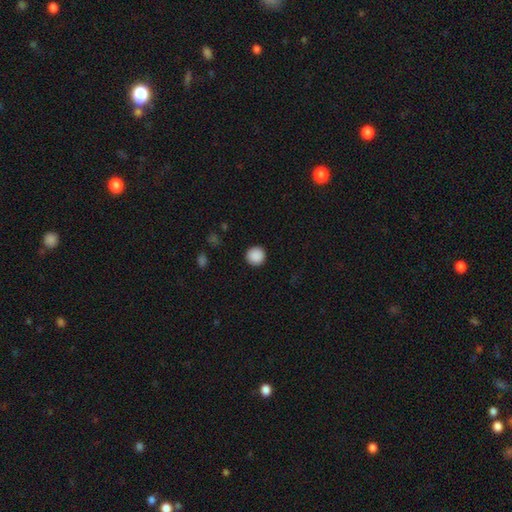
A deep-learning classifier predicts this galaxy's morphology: A smooth galaxy with no disk features (89%) that is round (95%).

Vote fractions:
- Smooth or featured? smooth: 89% / star or artifact: 8% / featured or disk: 2%
- How rounded? round: 95% / in between: 4% / cigar-shaped: 1%
- Merging? none: 92% / minor disturbance: 5% / major disturbance: 2% / merger: 1%